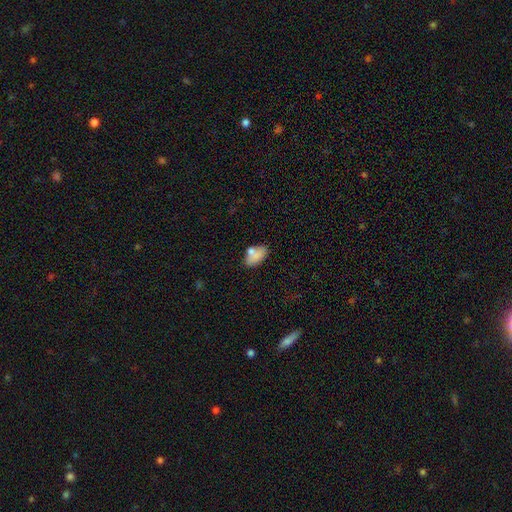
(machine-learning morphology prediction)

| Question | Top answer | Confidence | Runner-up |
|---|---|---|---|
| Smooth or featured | smooth | 78% | featured or disk (13%) |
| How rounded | in between | 90% | round (8%) |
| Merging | none | 59% | minor disturbance (19%) |